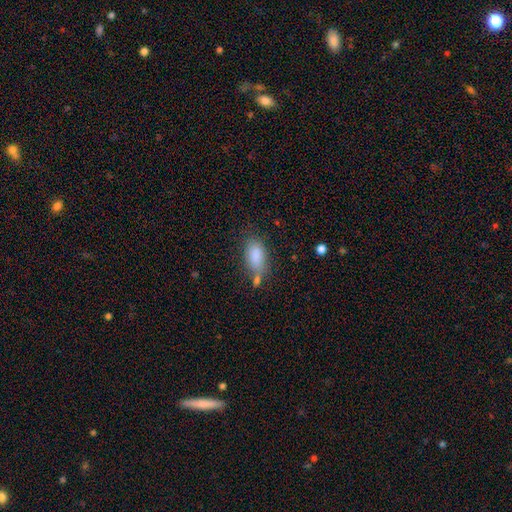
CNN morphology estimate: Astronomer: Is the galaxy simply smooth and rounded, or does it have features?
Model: smooth — 85%.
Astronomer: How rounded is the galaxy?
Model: in between — 91%.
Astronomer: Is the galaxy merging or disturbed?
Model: none — 54%.